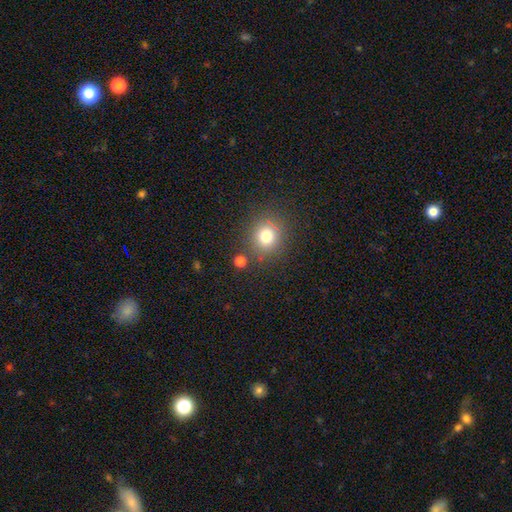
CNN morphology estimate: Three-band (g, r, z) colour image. It shows a smooth galaxy with no disk features (65%) that is round (87%). Merging: none (88%).